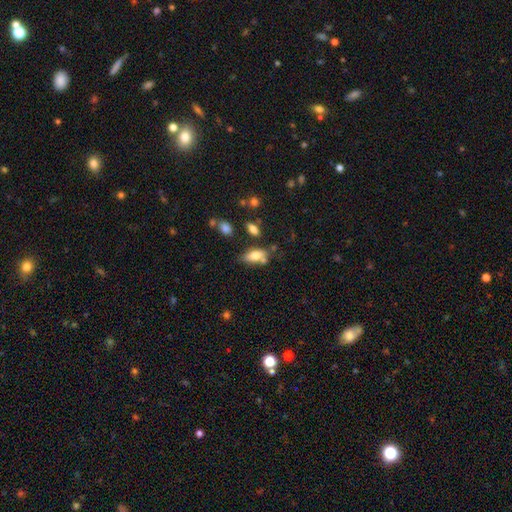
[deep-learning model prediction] Smooth or featured? Predicted: smooth (p=0.75). How rounded? Predicted: in between (p=0.84). Merging? Predicted: none (p=0.53).